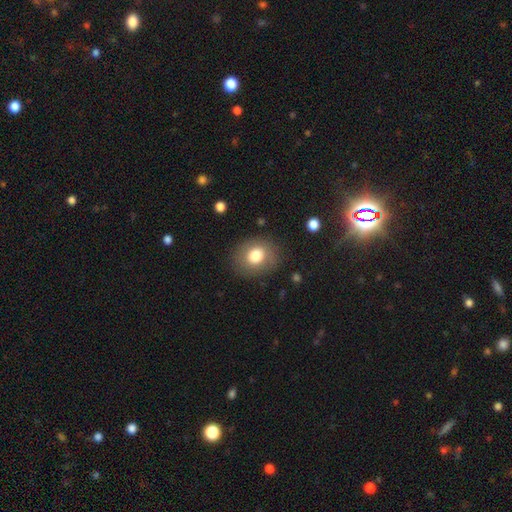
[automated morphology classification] smooth 78%, featured or disk 13%, star or artifact 9%. Down the decision tree: how rounded — round (60%); merging — none (83%).